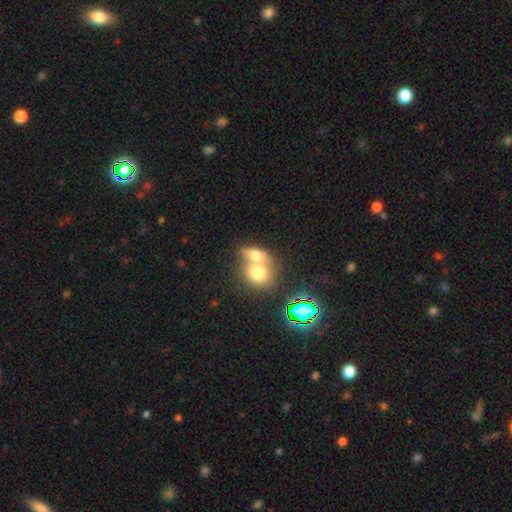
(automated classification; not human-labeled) Q: Smooth or featured?
A: smooth (68%); runner-up: featured or disk (19%)
Q: How rounded?
A: in between (50%); runner-up: round (46%)
Q: Merging?
A: merger (66%); runner-up: none (24%)